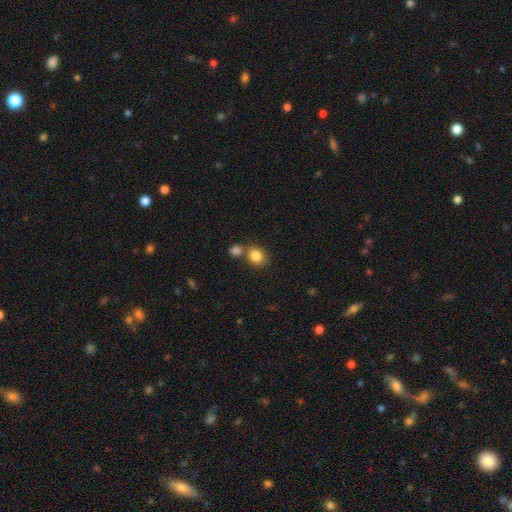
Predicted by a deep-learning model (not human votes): Overall: smooth (84%). How rounded: round (66%; in between 33%). Merging: none (56%; merger 30%).